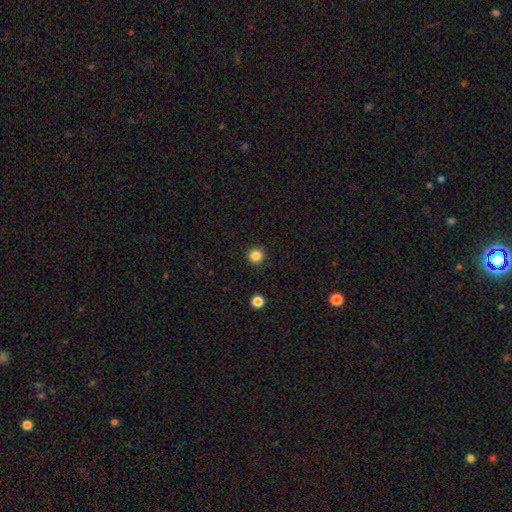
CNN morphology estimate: Q: Smooth or featured?
A: smooth (84%); runner-up: star or artifact (12%)
Q: How rounded?
A: round (96%); runner-up: in between (3%)
Q: Merging?
A: none (92%); runner-up: minor disturbance (5%)